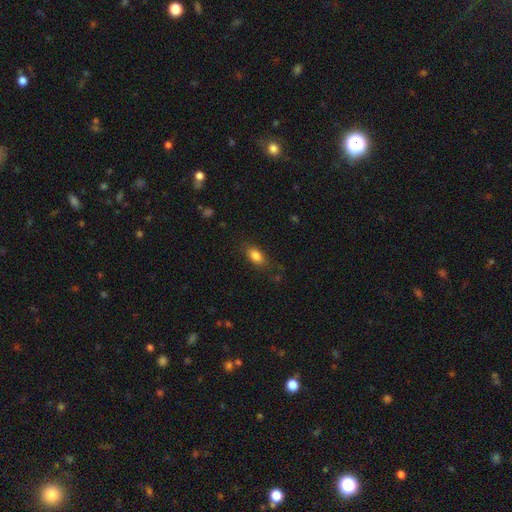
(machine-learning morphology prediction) smooth_or_featured: smooth (p=0.83) [alt: star or artifact p=0.09]
how_rounded: in between (p=0.84) [alt: round p=0.08]
merging: none (p=0.76) [alt: minor disturbance p=0.17]